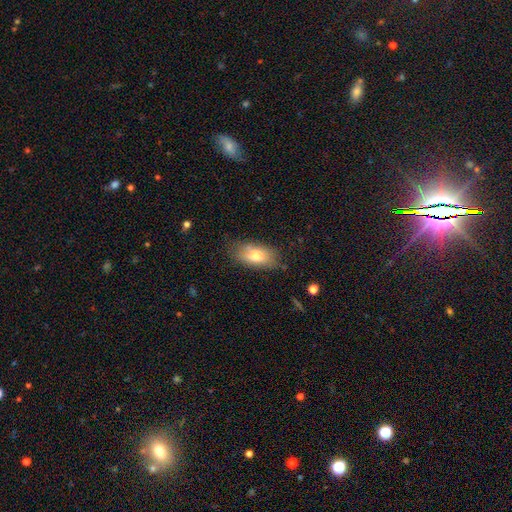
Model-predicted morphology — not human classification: Smooth or featured?
  - smooth: 74% *
  - featured or disk: 18%
  - star or artifact: 8%
How rounded?
  - in between: 88% *
  - cigar-shaped: 7%
  - round: 5%
Merging?
  - none: 71% *
  - minor disturbance: 22%
  - major disturbance: 5%
  - merger: 3%